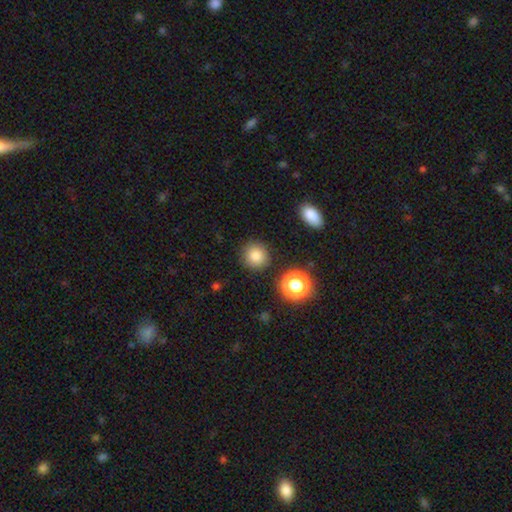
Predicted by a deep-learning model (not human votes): A smooth galaxy with no disk features (83%) that is round (93%).

Vote fractions:
- Smooth or featured? smooth: 83% / star or artifact: 12% / featured or disk: 5%
- How rounded? round: 93% / in between: 6% / cigar-shaped: 1%
- Merging? none: 88% / minor disturbance: 7% / major disturbance: 3% / merger: 3%